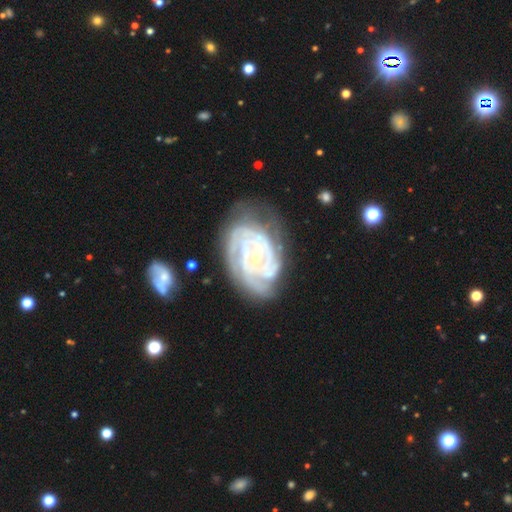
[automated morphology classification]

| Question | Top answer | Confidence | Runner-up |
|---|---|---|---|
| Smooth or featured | featured or disk | 90% | smooth (5%) |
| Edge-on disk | no | 97% | yes (3%) |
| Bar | no | 50% | weak (34%) |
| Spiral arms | yes | 98% | no (2%) |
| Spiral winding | tight | 80% | medium (17%) |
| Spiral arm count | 3 | 28% | can't tell (22%) |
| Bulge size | small | 66% | moderate (31%) |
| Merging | none | 60% | minor disturbance (25%) |